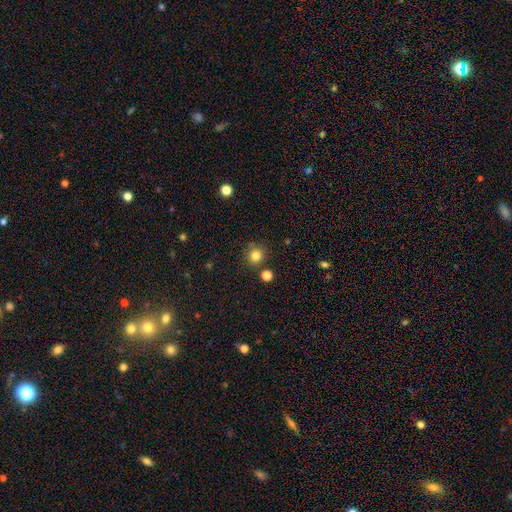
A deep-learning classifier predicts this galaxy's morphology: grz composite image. It shows a smooth galaxy with no disk features (82%) that is round (91%). Merging: none (82%).